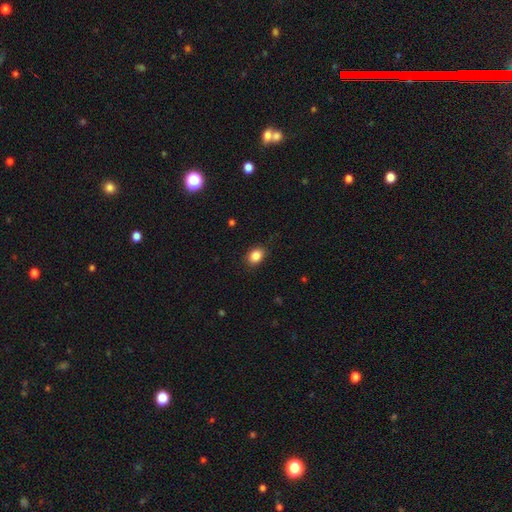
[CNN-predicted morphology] type=smooth (85%); roundness=in between (64%); merging=none (87%).